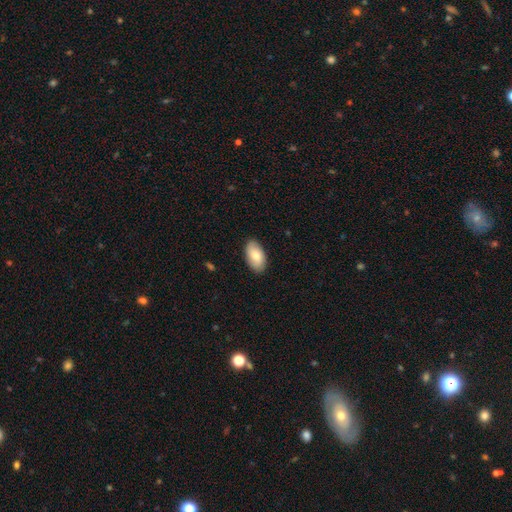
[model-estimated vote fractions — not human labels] Smooth or featured? smooth (78%)
How rounded? in between (95%)
Merging? none (87%)